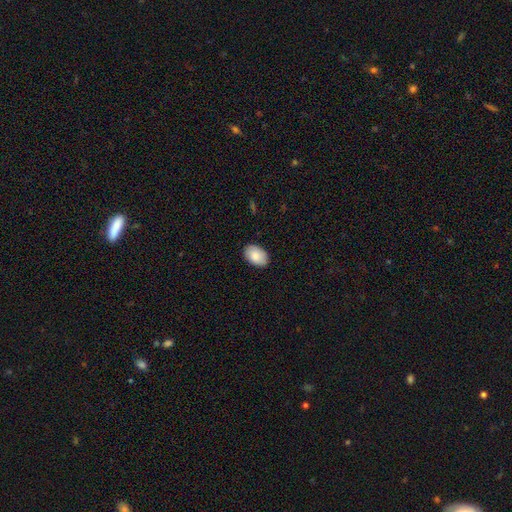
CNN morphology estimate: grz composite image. It shows a smooth galaxy with no disk features (87%) that is in between round and cigar-shaped (90%). Merging: none (88%).